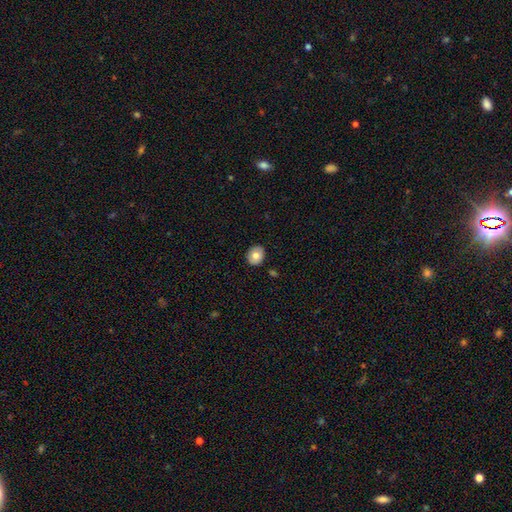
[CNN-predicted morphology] Smooth or featured: smooth — 74% (featured or disk — 18%)
How rounded: round — 65% (in between — 34%)
Merging: none — 87% (minor disturbance — 9%)